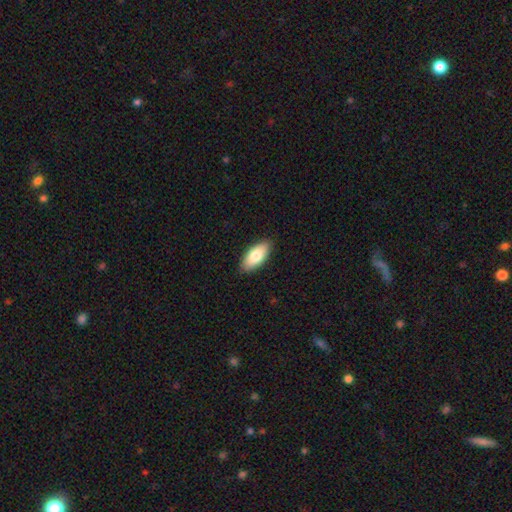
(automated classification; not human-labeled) This is clearly a smooth galaxy (80%). How rounded: clearly in between (87%). Merging: clearly none (89%).